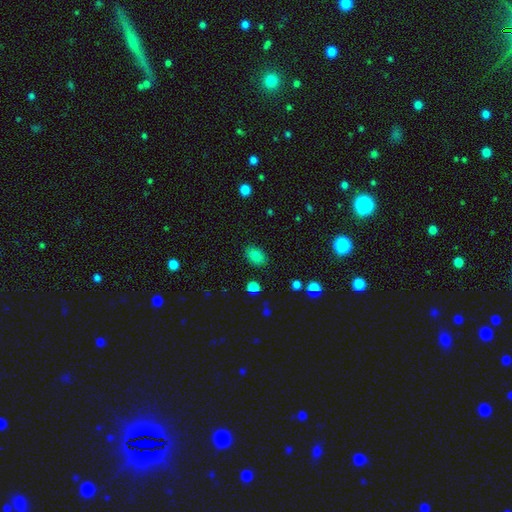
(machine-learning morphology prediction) Overall: smooth (84%). How rounded: in between (85%). Merging: none (85%).